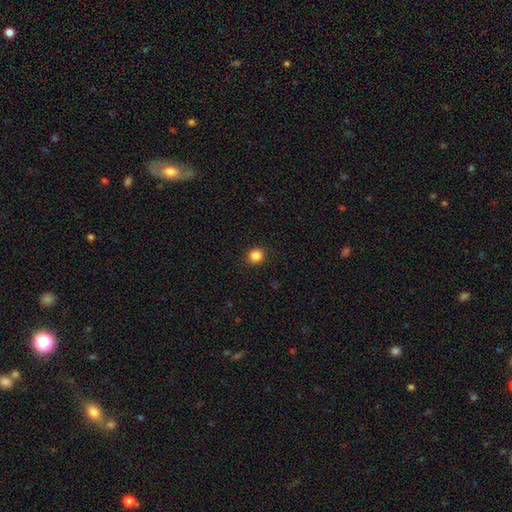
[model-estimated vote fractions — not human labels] smooth_or_featured: smooth (p=0.85) [alt: star or artifact p=0.11]
how_rounded: round (p=0.88) [alt: in between p=0.11]
merging: none (p=0.92) [alt: minor disturbance p=0.05]